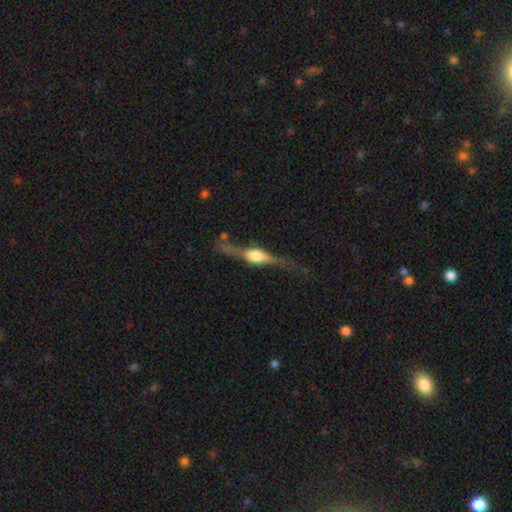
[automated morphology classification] Overall: featured or disk (77%). Edge-on disk: yes (94%). Edge-on bulge: rounded (86%). Merging: none (69%).